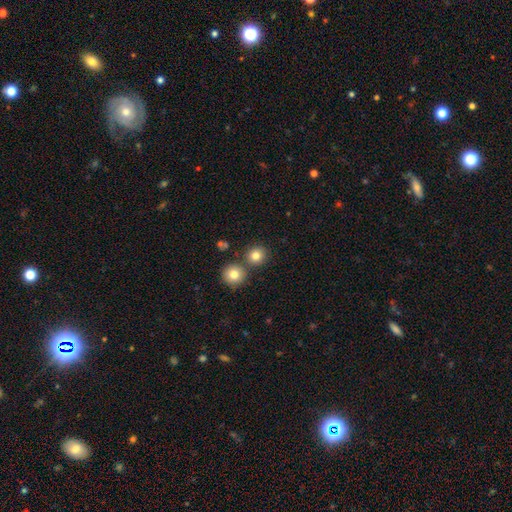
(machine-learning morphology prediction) Smooth or featured? Predicted: smooth (p=0.81). How rounded? Predicted: round (p=0.90). Merging? Predicted: none (p=0.74).